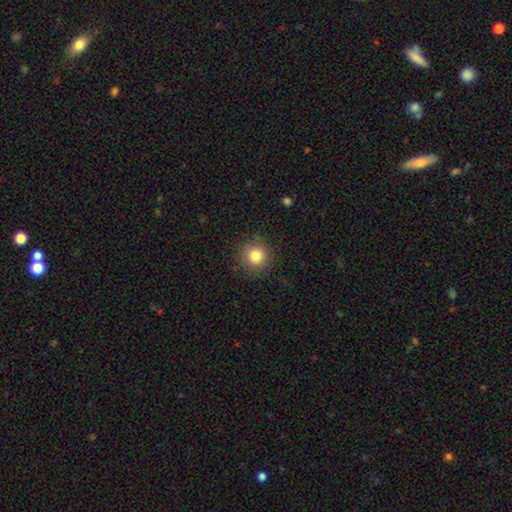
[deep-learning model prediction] The model was most divided on "smooth or featured": smooth: 82%, star or artifact: 11%, featured or disk: 7%. More confident: how rounded — round (93%); merging — none (86%).